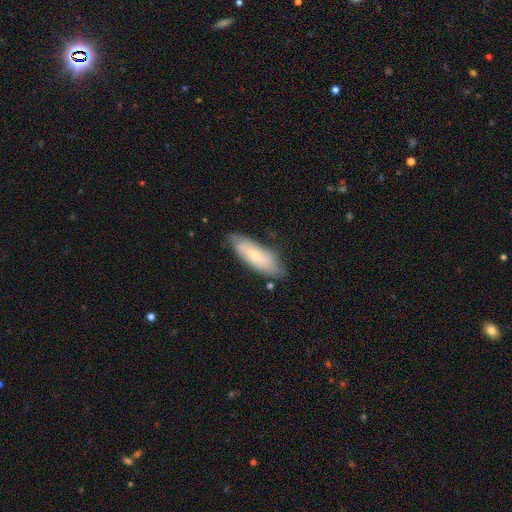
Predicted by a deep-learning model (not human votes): smooth 59%, featured or disk 35%, star or artifact 6%. Down the decision tree: how rounded — in between (61%); merging — none (73%).